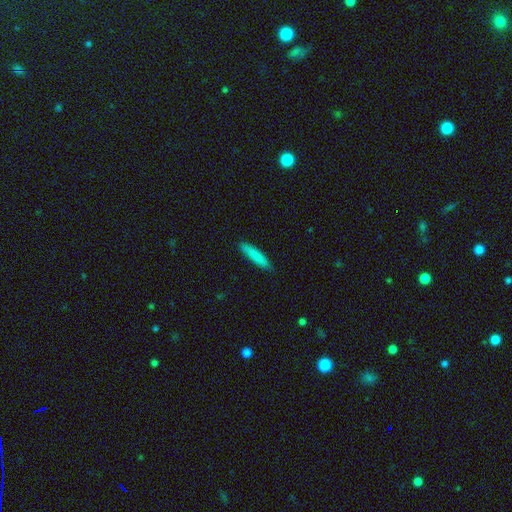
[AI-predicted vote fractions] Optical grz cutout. It shows a smooth galaxy with no disk features (84%) that is cigar-shaped (87%). Merging: none (87%).